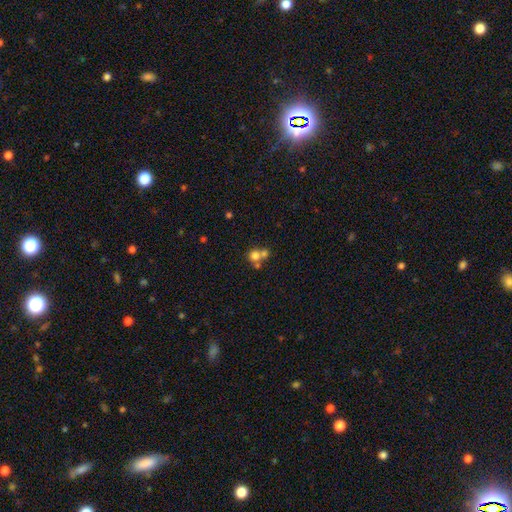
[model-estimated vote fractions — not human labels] Smooth or featured? smooth (72%)
How rounded? round (85%)
Merging? merger (51%)